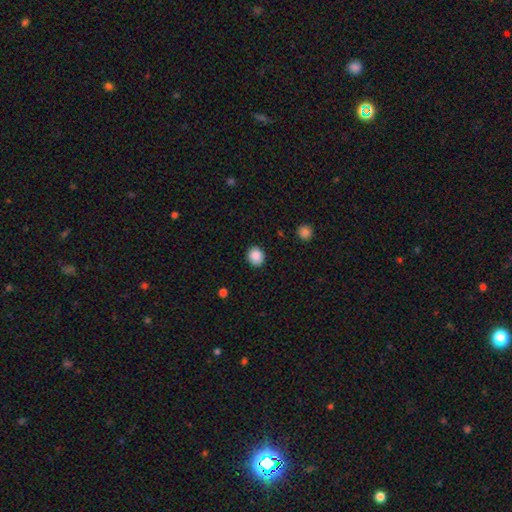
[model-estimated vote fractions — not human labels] Overall: smooth (88%). How rounded: round (81%). Merging: none (89%).